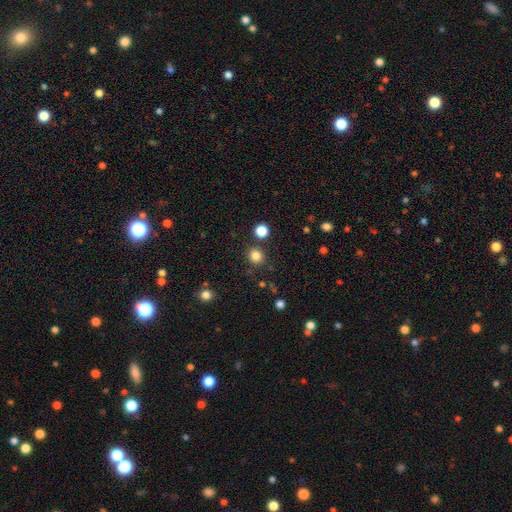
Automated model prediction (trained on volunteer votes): Smooth or featured?
  - smooth: 83% *
  - star or artifact: 13%
  - featured or disk: 4%
How rounded?
  - round: 87% *
  - in between: 12%
  - cigar-shaped: 1%
Merging?
  - none: 85% *
  - minor disturbance: 7%
  - merger: 5%
  - major disturbance: 3%